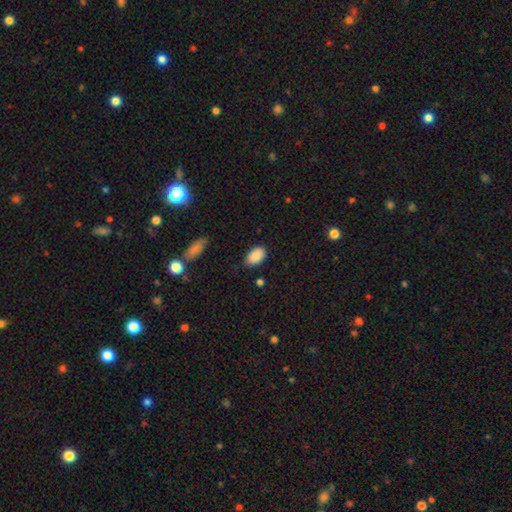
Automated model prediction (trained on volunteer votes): A smooth galaxy with no disk features (89%) that is in between round and cigar-shaped (91%).

Vote fractions:
- Smooth or featured? smooth: 89% / star or artifact: 7% / featured or disk: 4%
- How rounded? in between: 91% / round: 7% / cigar-shaped: 1%
- Merging? none: 81% / minor disturbance: 15% / major disturbance: 3% / merger: 2%